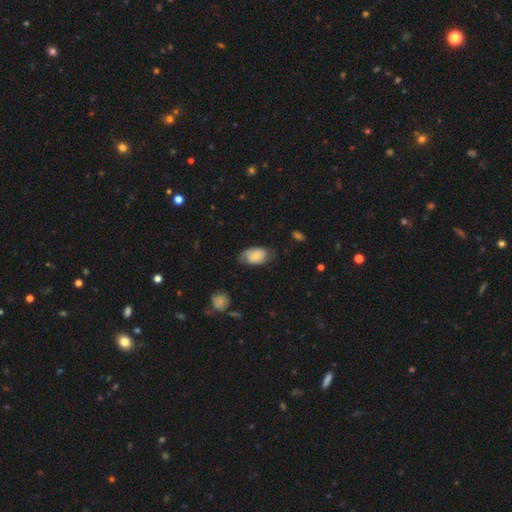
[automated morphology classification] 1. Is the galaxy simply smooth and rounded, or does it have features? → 68% smooth, 25% featured or disk, 7% star or artifact.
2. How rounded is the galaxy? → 93% in between, 5% round, 2% cigar-shaped.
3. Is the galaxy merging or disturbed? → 61% none, 29% minor disturbance, 9% major disturbance, 2% merger.